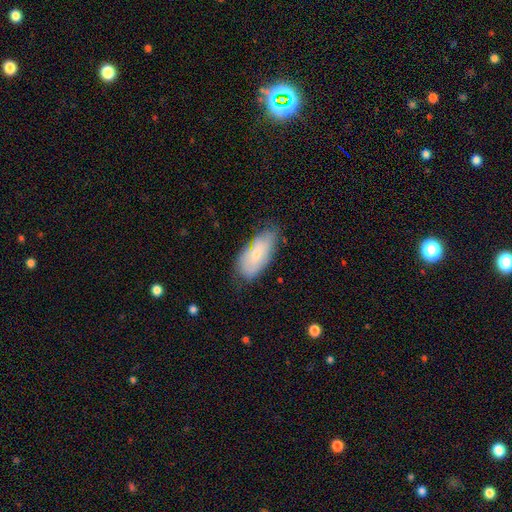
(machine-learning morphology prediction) Smooth or featured: smooth — 66% (featured or disk — 27%)
How rounded: in between — 90% (cigar-shaped — 7%)
Merging: none — 63% (minor disturbance — 28%)